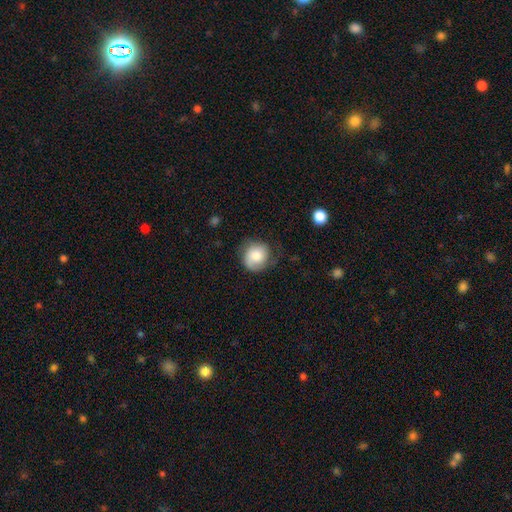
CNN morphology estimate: Overall: smooth (61%; featured or disk 32%). How rounded: round (81%). Merging: none (60%; minor disturbance 26%).